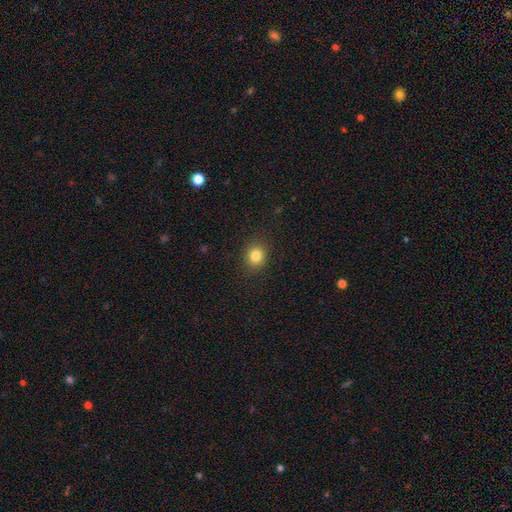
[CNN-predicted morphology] smooth_or_featured: smooth (p=0.83) [alt: star or artifact p=0.11]
how_rounded: round (p=0.70) [alt: in between p=0.29]
merging: none (p=0.88) [alt: minor disturbance p=0.08]